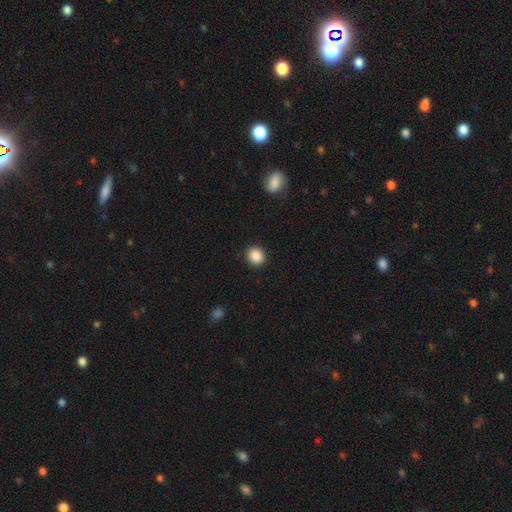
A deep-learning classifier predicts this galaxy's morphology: A smooth galaxy with no disk features (88%) that is round (83%).

Vote fractions:
- Smooth or featured? smooth: 88% / star or artifact: 9% / featured or disk: 3%
- How rounded? round: 83% / in between: 16% / cigar-shaped: 1%
- Merging? none: 91% / minor disturbance: 6% / major disturbance: 2% / merger: 1%